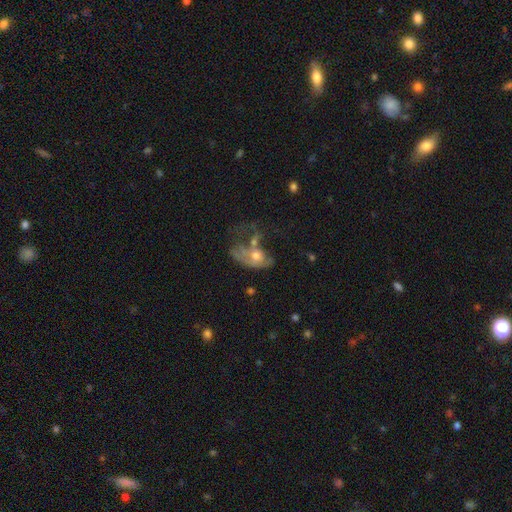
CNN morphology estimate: Smooth or featured: featured or disk — 51% (smooth — 40%)
Edge-on disk: no — 93% (yes — 7%)
Merging: major disturbance — 41% (merger — 29%)